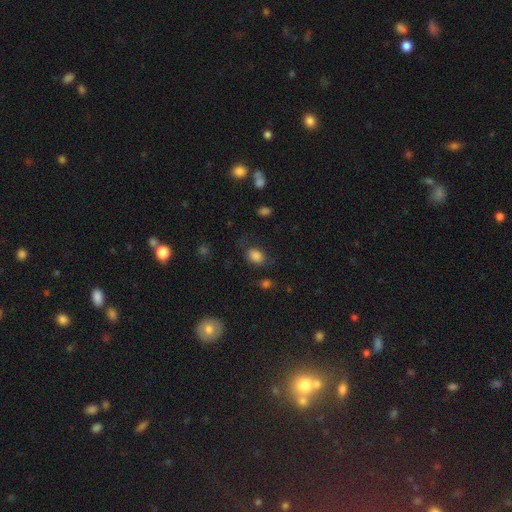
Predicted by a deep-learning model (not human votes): The model was most divided on "merging": none: 69%, minor disturbance: 19%, major disturbance: 10%, merger: 3%. More confident: smooth or featured — smooth (83%); how rounded — in between (75%).